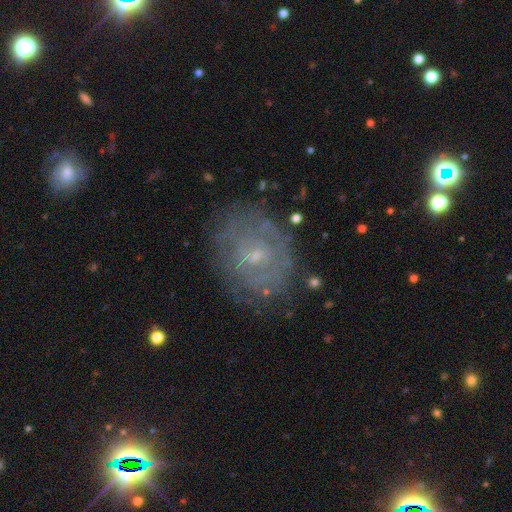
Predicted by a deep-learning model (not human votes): A featured or disk galaxy (69%) with no bar (57%), spiral arms (63%) and a small central bulge (74%).

Vote fractions:
- Smooth or featured? featured or disk: 69% / smooth: 22% / star or artifact: 9%
- Edge-on disk? no: 97% / yes: 3%
- Bar? no: 57% / weak: 37% / strong: 6%
- Spiral arms? yes: 63% / no: 37%
- Bulge size? small: 74% / moderate: 20% / none: 4% / large: 1% / dominant: 1%
- Merging? none: 72% / minor disturbance: 18% / major disturbance: 8% / merger: 2%